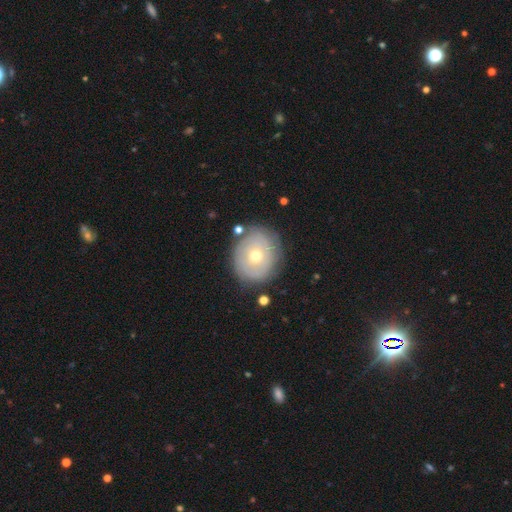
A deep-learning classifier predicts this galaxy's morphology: Smooth or featured?
  - featured or disk: 50% *
  - smooth: 43%
  - star or artifact: 8%
Merging?
  - none: 79% *
  - minor disturbance: 14%
  - major disturbance: 4%
  - merger: 3%